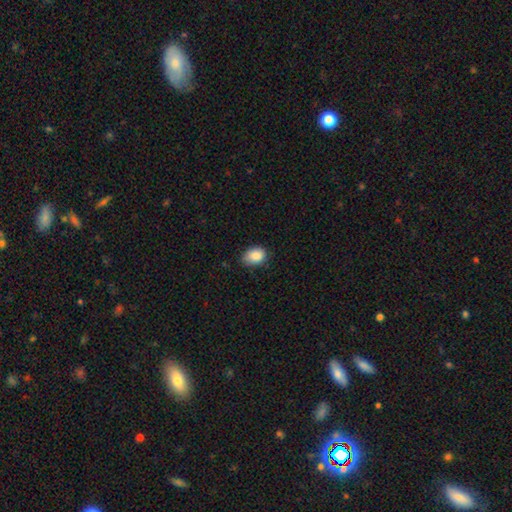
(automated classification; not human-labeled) The model was most divided on "merging": none: 71%, minor disturbance: 24%, major disturbance: 4%, merger: 1%. More confident: smooth or featured — smooth (88%); how rounded — in between (76%).